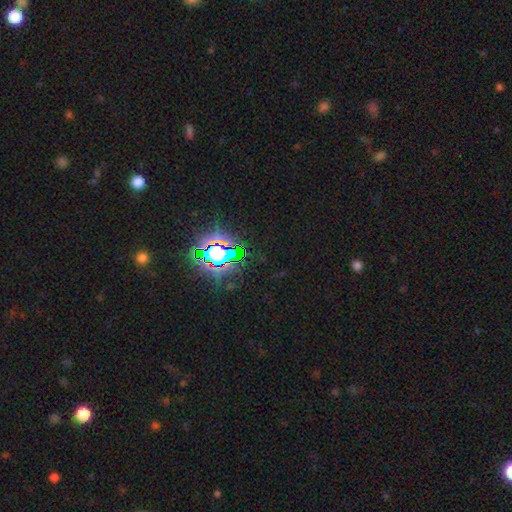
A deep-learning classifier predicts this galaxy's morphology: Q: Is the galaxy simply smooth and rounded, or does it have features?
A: star or artifact — 80%.